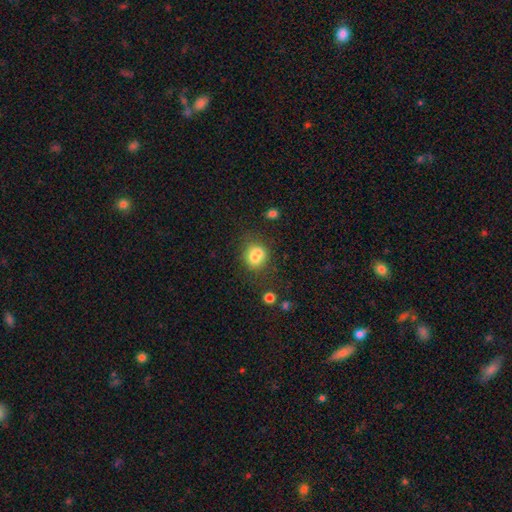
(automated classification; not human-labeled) A smooth galaxy with no disk features (72%) that is round (72%).

Vote fractions:
- Smooth or featured? smooth: 72% / featured or disk: 17% / star or artifact: 12%
- How rounded? round: 72% / in between: 27% / cigar-shaped: 1%
- Merging? none: 43% / merger: 38% / minor disturbance: 13% / major disturbance: 5%